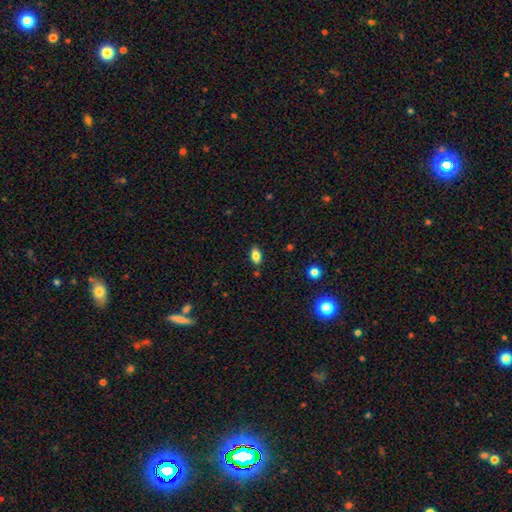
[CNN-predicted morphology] This is clearly a smooth galaxy (81%). How rounded: clearly in between (90%). Merging: clearly none (84%).